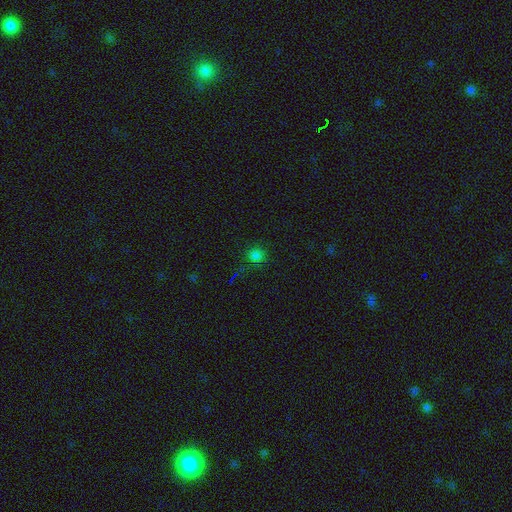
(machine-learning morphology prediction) Overall: smooth (74%). How rounded: round (86%). Merging: none (84%).